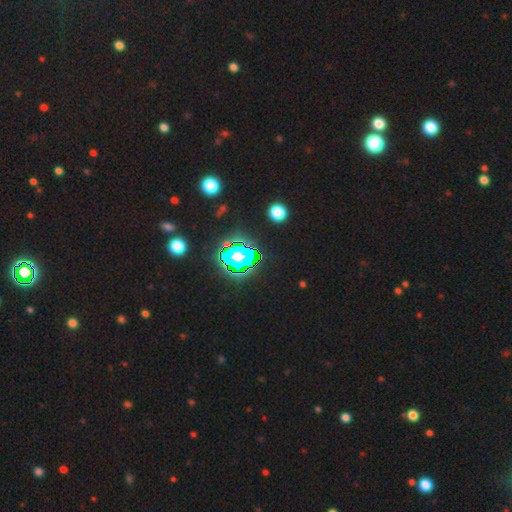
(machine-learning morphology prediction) The model was most divided on "smooth or featured": star or artifact: 82%, smooth: 11%, featured or disk: 7%.